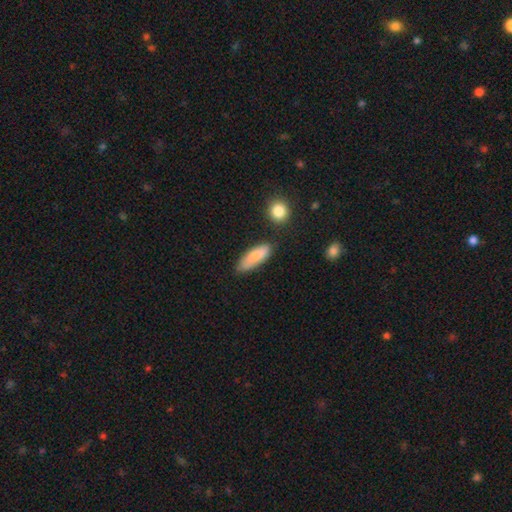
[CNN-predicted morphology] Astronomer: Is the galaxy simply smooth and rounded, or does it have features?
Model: smooth — 81%.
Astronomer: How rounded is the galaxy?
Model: in between — 62%.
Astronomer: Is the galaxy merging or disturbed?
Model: none — 71%.